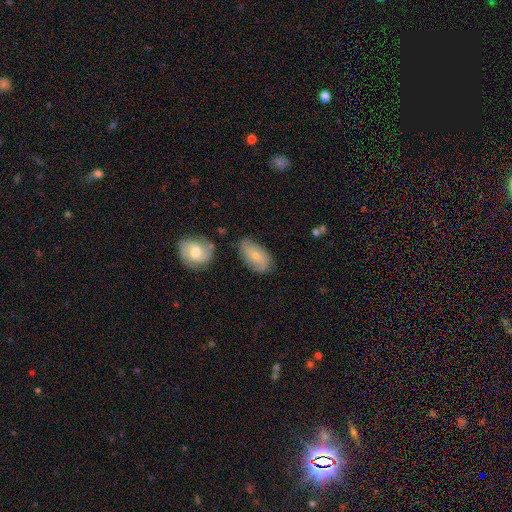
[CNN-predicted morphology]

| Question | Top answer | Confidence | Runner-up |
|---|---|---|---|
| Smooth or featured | smooth | 60% | featured or disk (32%) |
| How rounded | in between | 90% | round (6%) |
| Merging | none | 65% | minor disturbance (24%) |